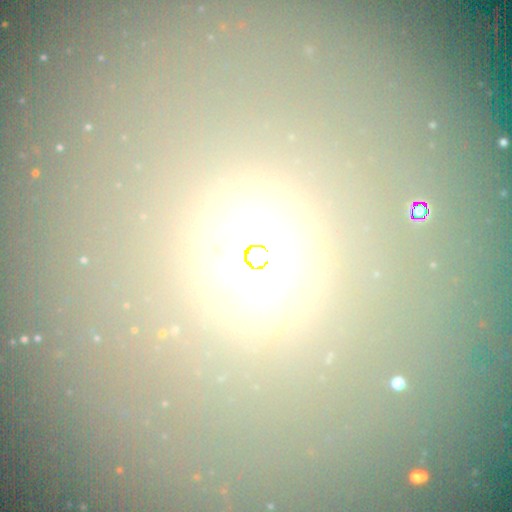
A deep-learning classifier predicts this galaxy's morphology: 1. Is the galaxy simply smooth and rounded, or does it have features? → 45% smooth, 38% star or artifact, 17% featured or disk.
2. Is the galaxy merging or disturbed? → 82% none, 9% minor disturbance, 5% major disturbance, 4% merger.